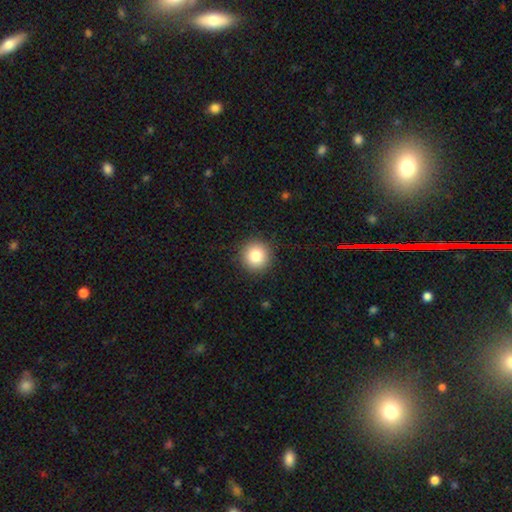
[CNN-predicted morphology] Smooth or featured?
  - smooth: 83% *
  - star or artifact: 10%
  - featured or disk: 7%
How rounded?
  - round: 94% *
  - in between: 5%
  - cigar-shaped: 1%
Merging?
  - none: 91% *
  - minor disturbance: 6%
  - major disturbance: 2%
  - merger: 1%